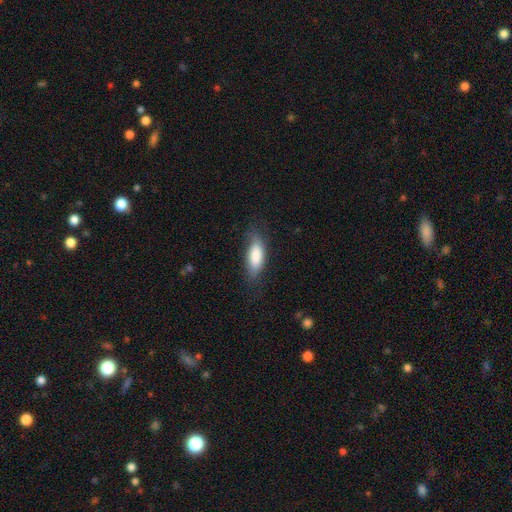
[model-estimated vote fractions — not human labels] smooth 82%, featured or disk 12%, star or artifact 6%. Down the decision tree: how rounded — in between (71%); merging — none (69%).